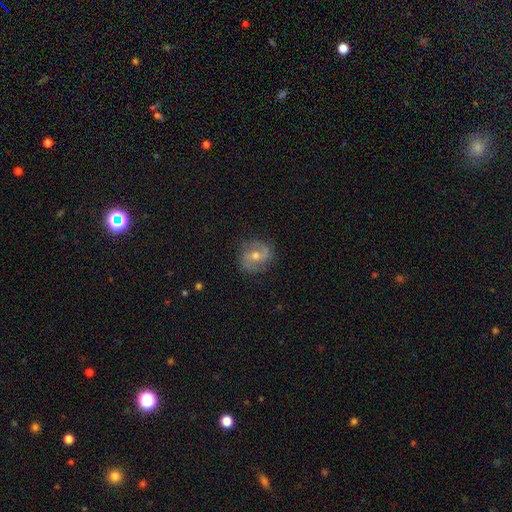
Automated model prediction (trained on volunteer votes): This is likely a featured or disk galaxy (72%). It is clearly not viewed edge-on (97%). Bar: marginally weak (43%, tied with no). Spiral arm pattern: clearly yes (89%). Spiral arm count: likely 2 (78%). Spiral winding: possibly medium (45%). Central bulge: likely moderate (63%). Merging: clearly none (80%).